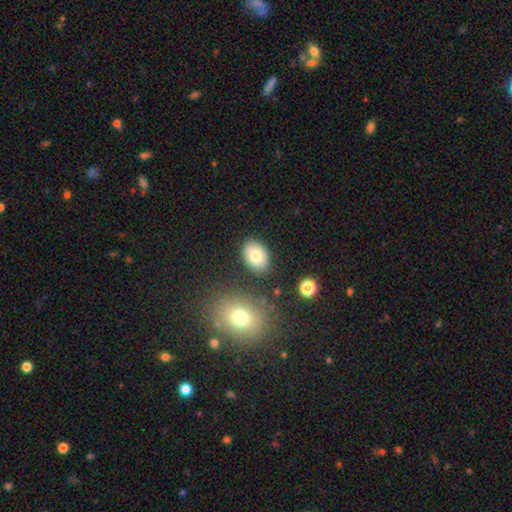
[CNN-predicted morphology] Overall: smooth (79%). How rounded: in between (77%). Merging: none (83%).